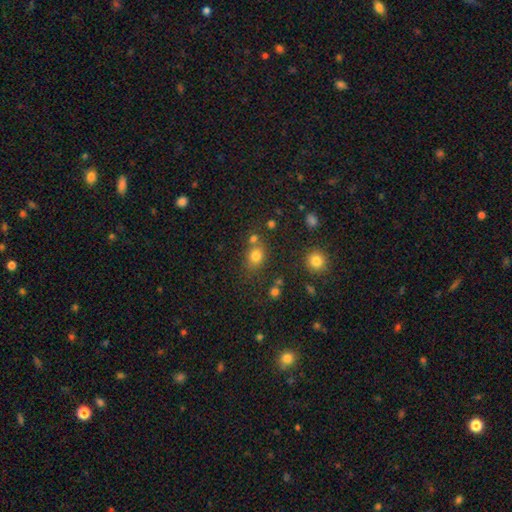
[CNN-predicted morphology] The model was most divided on "how rounded": round: 57%, in between: 42%, cigar-shaped: 1%. More confident: smooth or featured — smooth (78%); merging — none (59%).